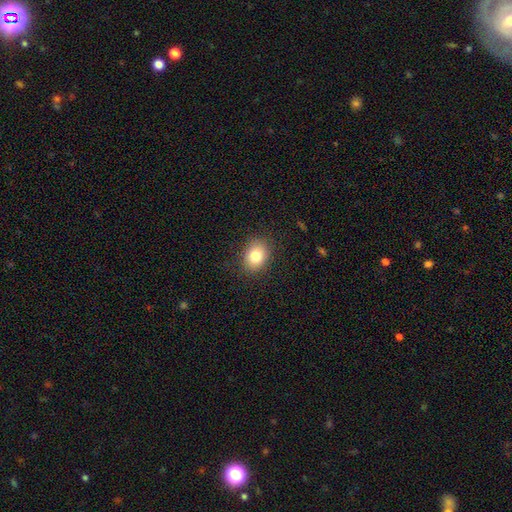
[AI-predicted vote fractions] Overall: smooth (82%). How rounded: in between (63%; round 36%). Merging: none (87%).